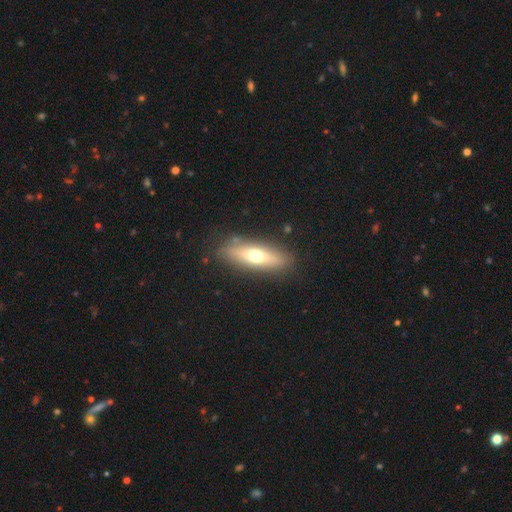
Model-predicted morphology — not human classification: Overall: smooth (54%; featured or disk 39%). How rounded: cigar-shaped (56%; in between 41%). Merging: none (85%).